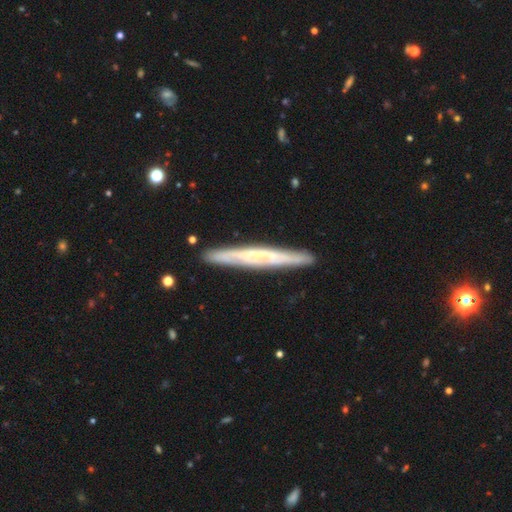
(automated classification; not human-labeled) This appears to be a featured or disk galaxy (63%) viewed edge-on (90%) with no central bulge (73%). Merging: none (88%).